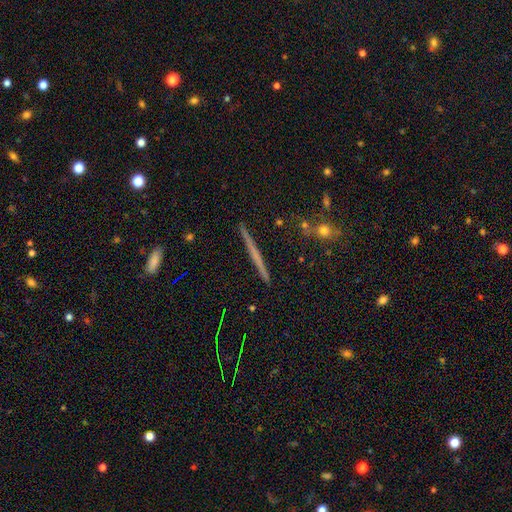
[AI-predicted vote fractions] smooth-or-featured: featured or disk: 58% | smooth: 33% | star or artifact: 8%
  disk-edge-on: yes: 98% | no: 2%
    edge-on-bulge: none: 82% | rounded: 13% | boxy: 4%
  merging: none: 91% | minor disturbance: 6% | merger: 1% | major disturbance: 1%